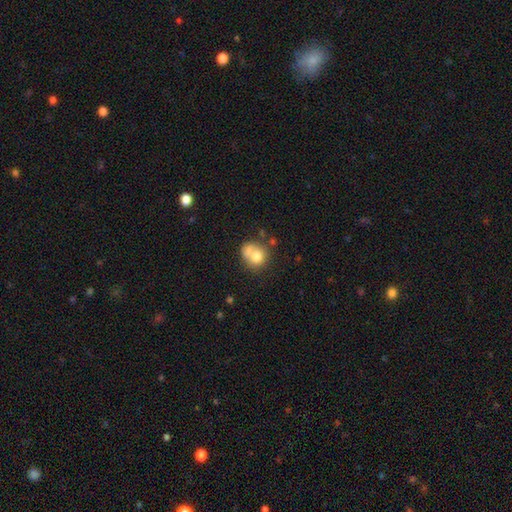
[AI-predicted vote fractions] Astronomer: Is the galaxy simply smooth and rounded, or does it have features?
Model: smooth — 71%.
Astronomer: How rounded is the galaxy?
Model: round — 72%.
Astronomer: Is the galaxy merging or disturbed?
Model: merger — 40% (runner-up: none, 35%).